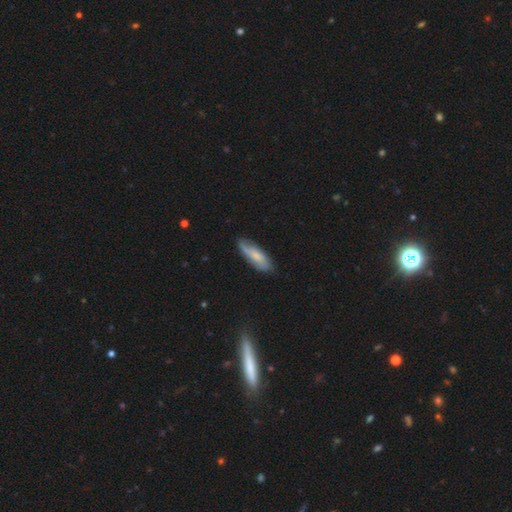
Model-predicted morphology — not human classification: This is possibly a smooth galaxy (54%). How rounded: likely in between (60%). Merging: likely none (71%).